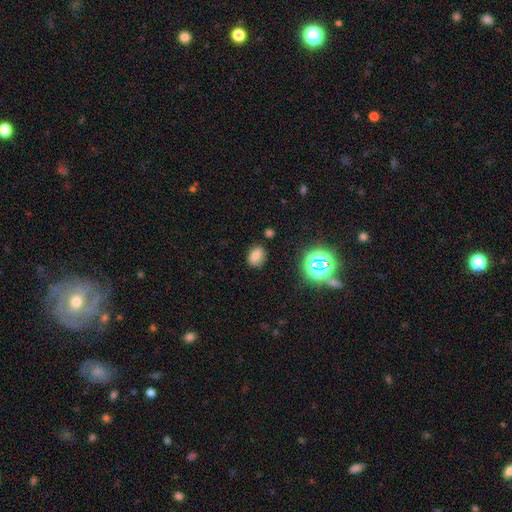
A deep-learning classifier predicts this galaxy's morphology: Smooth or featured: smooth — 72% (star or artifact — 19%)
How rounded: in between — 76% (round — 22%)
Merging: none — 82% (minor disturbance — 12%)